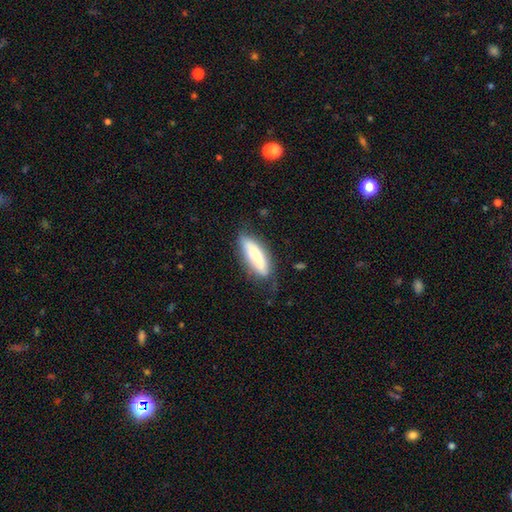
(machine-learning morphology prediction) type=smooth (68%); roundness=in between (49%, tied with cigar-shaped); merging=none (67%).